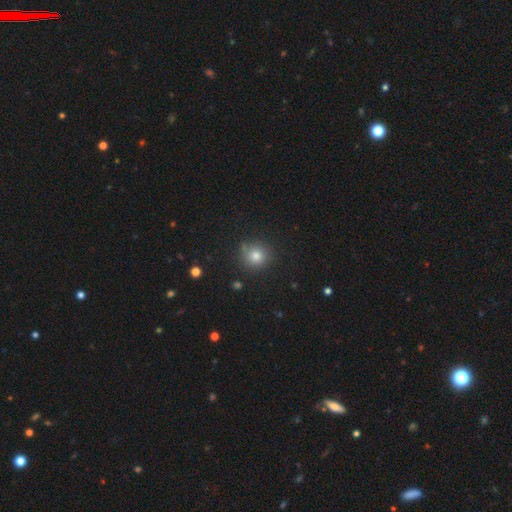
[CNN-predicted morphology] Smooth or featured?
  - smooth: 78% *
  - star or artifact: 14%
  - featured or disk: 8%
How rounded?
  - round: 92% *
  - in between: 7%
  - cigar-shaped: 1%
Merging?
  - none: 81% *
  - minor disturbance: 13%
  - major disturbance: 3%
  - merger: 3%